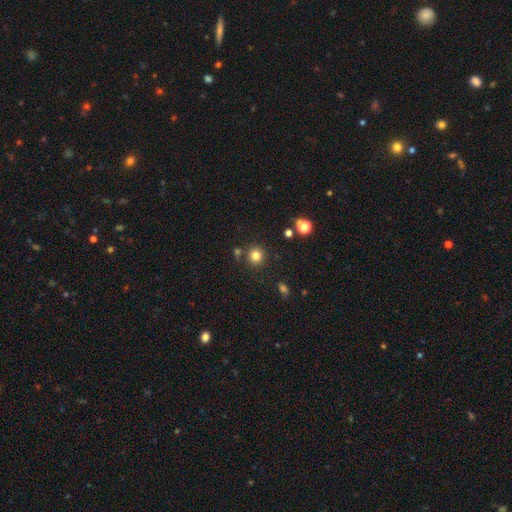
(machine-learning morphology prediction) Smooth or featured: smooth — 80% (star or artifact — 14%)
How rounded: round — 92% (in between — 7%)
Merging: none — 83% (minor disturbance — 8%)